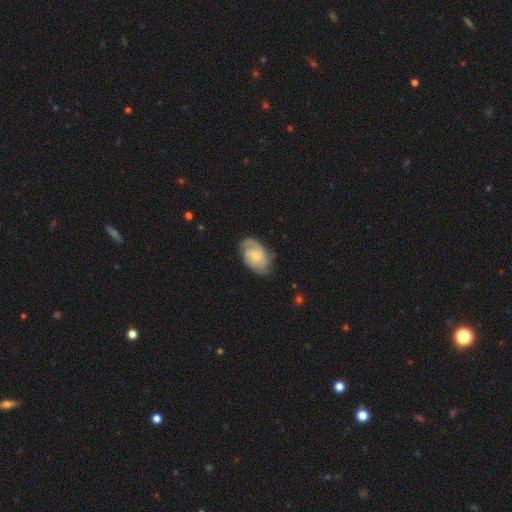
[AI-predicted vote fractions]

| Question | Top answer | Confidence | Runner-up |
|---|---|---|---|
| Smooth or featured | featured or disk | 70% | smooth (25%) |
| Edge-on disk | no | 96% | yes (4%) |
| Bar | no | 68% | weak (29%) |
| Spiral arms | yes | 91% | no (9%) |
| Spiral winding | tight | 48% | medium (38%) |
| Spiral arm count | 2 | 42% | can't tell (28%) |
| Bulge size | small | 64% | moderate (30%) |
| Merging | none | 70% | minor disturbance (21%) |